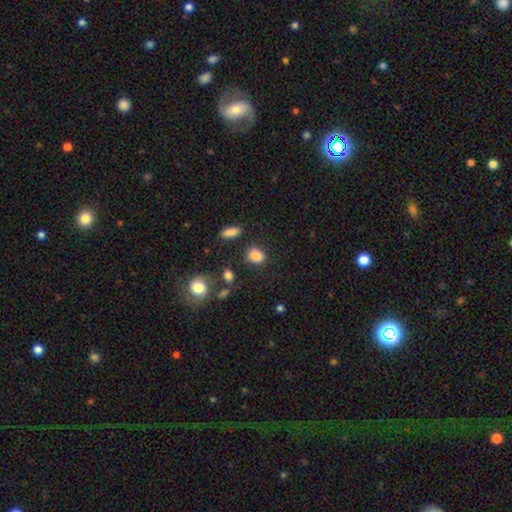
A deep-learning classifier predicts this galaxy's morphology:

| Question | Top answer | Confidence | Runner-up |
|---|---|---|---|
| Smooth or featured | smooth | 85% | star or artifact (9%) |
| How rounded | round | 54% | in between (44%) |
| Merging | none | 82% | minor disturbance (11%) |